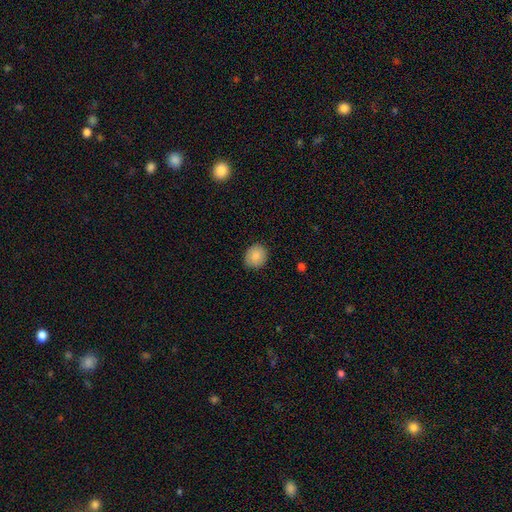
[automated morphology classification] This is clearly a smooth galaxy (87%). How rounded: likely round (72%). Merging: clearly none (87%).